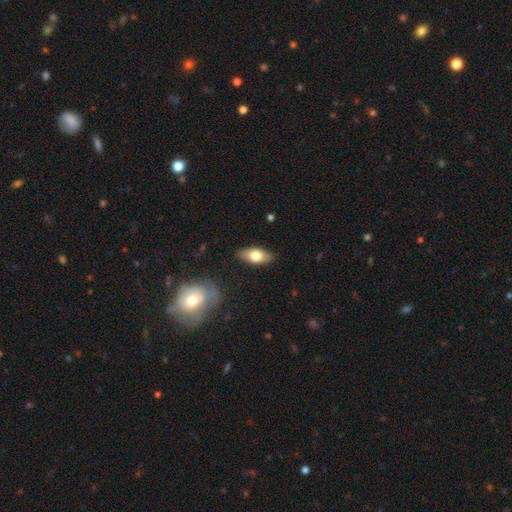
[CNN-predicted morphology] A smooth galaxy with no disk features (69%) that is in between round and cigar-shaped (85%).

Vote fractions:
- Smooth or featured? smooth: 69% / featured or disk: 24% / star or artifact: 6%
- How rounded? in between: 85% / cigar-shaped: 11% / round: 4%
- Merging? none: 85% / minor disturbance: 11% / major disturbance: 2% / merger: 1%